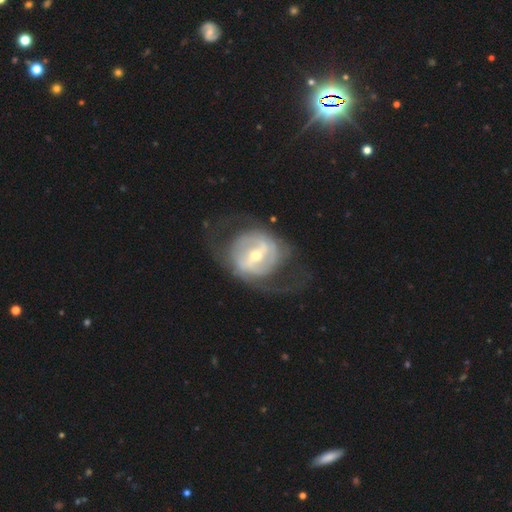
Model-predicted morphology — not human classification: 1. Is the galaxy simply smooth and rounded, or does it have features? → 83% featured or disk, 12% smooth, 5% star or artifact.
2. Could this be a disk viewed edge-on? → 96% no, 4% yes.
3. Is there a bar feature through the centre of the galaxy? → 52% strong, 35% weak, 13% no.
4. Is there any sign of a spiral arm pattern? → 78% yes, 22% no.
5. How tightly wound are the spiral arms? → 41% medium, 33% tight, 27% loose.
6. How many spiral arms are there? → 68% 2, 20% can't tell, 5% 3, 3% 1, 2% 4, 2% more than 4.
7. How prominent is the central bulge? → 48% small, 47% moderate, 3% large, 1% none, 1% dominant.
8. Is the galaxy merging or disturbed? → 62% none, 21% major disturbance, 16% minor disturbance, 2% merger.